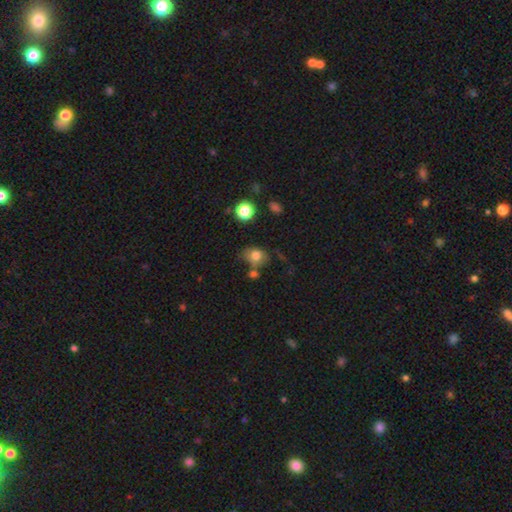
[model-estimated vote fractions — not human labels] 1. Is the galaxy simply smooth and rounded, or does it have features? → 76% smooth, 13% featured or disk, 12% star or artifact.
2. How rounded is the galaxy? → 52% round, 46% in between, 1% cigar-shaped.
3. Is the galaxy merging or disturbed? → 54% none, 22% minor disturbance, 15% merger, 8% major disturbance.